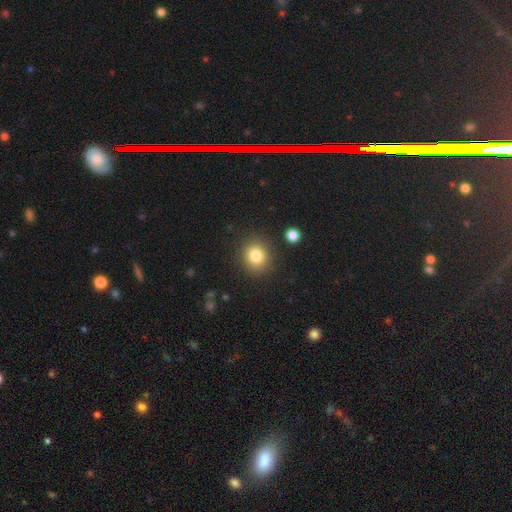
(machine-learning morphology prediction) type=smooth (81%); roundness=round (81%); merging=none (87%).